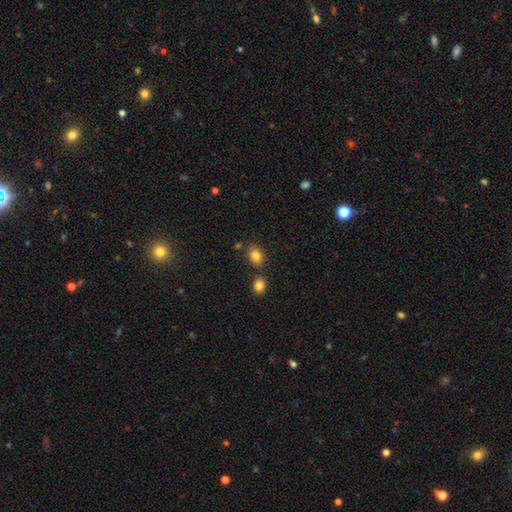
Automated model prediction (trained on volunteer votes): smooth-or-featured: smooth: 84% | star or artifact: 10% | featured or disk: 6%
  how-rounded: in between: 66% | round: 33% | cigar-shaped: 1%
  merging: none: 75% | minor disturbance: 11% | merger: 11% | major disturbance: 3%